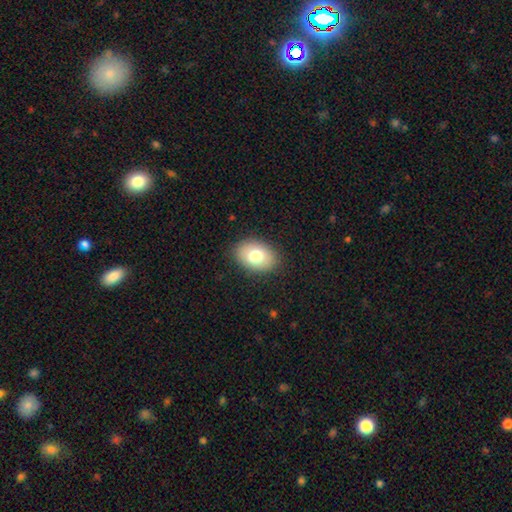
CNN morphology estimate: smooth_or_featured: smooth (p=0.77) [alt: featured or disk p=0.15]
how_rounded: in between (p=0.81) [alt: round p=0.18]
merging: none (p=0.87) [alt: minor disturbance p=0.09]